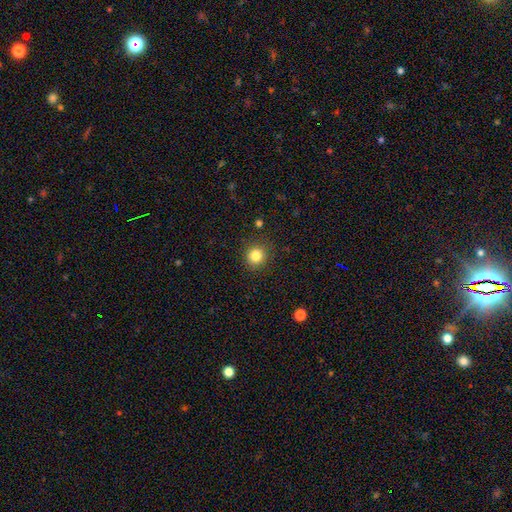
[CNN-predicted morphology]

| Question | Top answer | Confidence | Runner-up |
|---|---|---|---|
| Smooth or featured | smooth | 83% | star or artifact (11%) |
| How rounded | round | 90% | in between (9%) |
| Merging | none | 89% | minor disturbance (7%) |